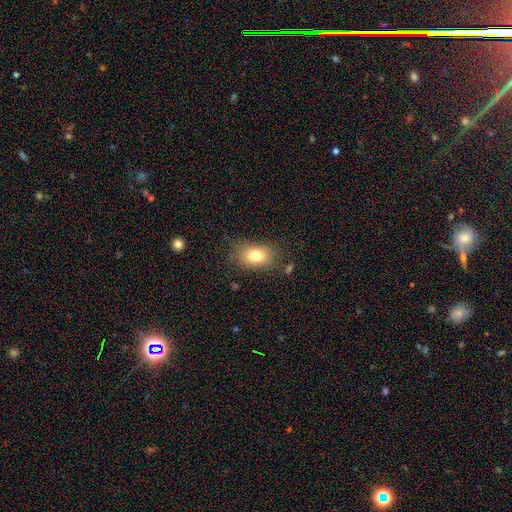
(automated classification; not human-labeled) Smooth or featured: smooth — 78% (featured or disk — 12%)
How rounded: in between — 78% (round — 20%)
Merging: none — 77% (minor disturbance — 15%)